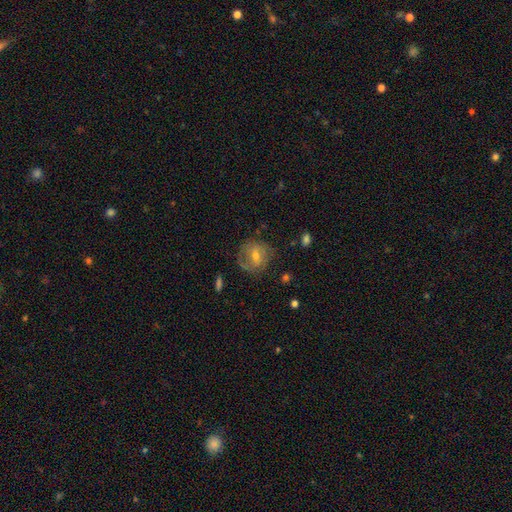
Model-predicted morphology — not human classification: Smooth or featured: smooth — 46% (featured or disk — 45%)
Merging: none — 65% (minor disturbance — 21%)